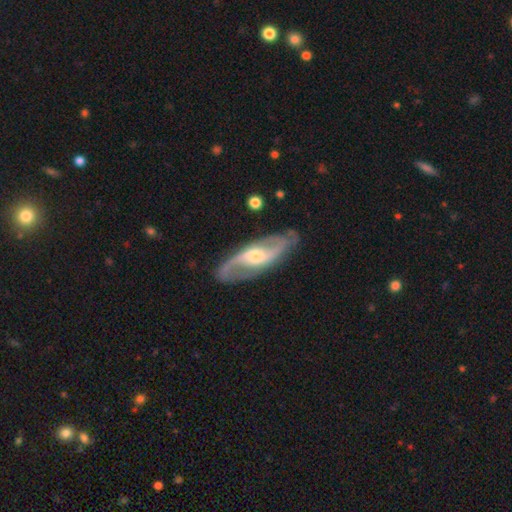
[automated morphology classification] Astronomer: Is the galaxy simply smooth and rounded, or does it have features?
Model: featured or disk — 86%.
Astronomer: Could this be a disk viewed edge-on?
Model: no — 91%.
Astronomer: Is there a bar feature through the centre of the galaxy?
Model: weak — 44% (runner-up: no, 37%).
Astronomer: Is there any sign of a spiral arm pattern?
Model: yes — 96%.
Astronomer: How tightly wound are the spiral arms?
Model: medium — 44% (runner-up: loose, 43%).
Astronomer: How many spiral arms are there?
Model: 2 — 92%.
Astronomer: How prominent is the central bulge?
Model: moderate — 58%.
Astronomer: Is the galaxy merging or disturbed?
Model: none — 82%.